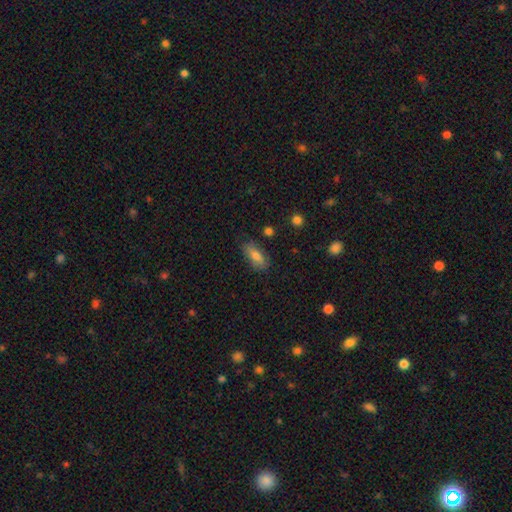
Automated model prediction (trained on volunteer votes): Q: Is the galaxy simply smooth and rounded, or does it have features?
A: smooth — 77%.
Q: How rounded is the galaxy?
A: in between — 77%.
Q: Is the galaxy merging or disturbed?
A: none — 79%.